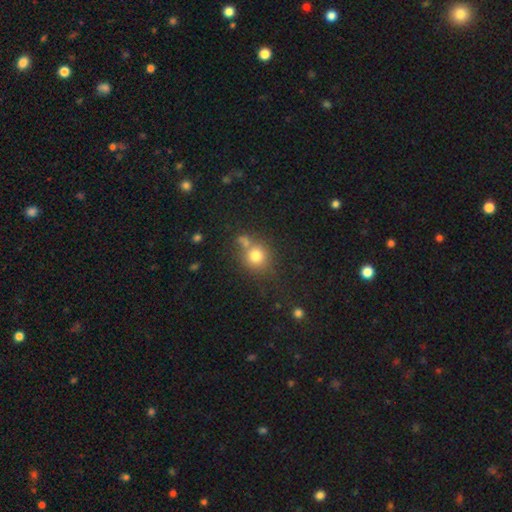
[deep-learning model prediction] Smooth or featured: smooth — 77% (star or artifact — 13%)
How rounded: round — 85% (in between — 14%)
Merging: none — 58% (merger — 23%)